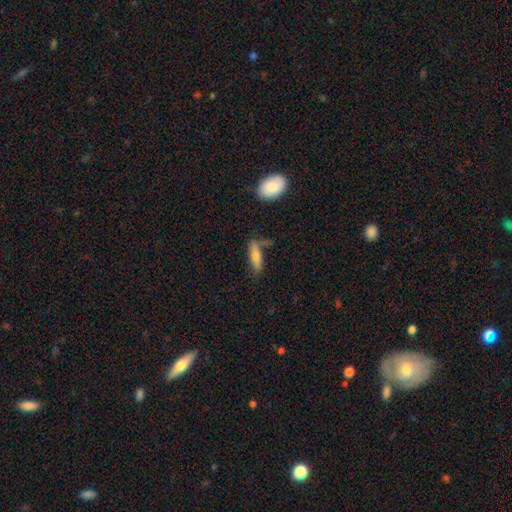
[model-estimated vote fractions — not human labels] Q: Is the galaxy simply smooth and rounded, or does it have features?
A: smooth — 60%.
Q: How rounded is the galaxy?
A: cigar-shaped — 65%.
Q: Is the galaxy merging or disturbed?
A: none — 55%.